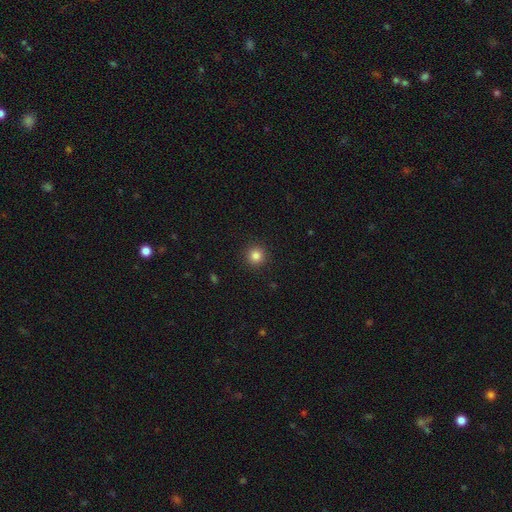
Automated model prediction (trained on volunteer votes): Smooth or featured?
  - smooth: 84% *
  - star or artifact: 12%
  - featured or disk: 4%
How rounded?
  - round: 95% *
  - in between: 4%
  - cigar-shaped: 1%
Merging?
  - none: 92% *
  - minor disturbance: 5%
  - major disturbance: 2%
  - merger: 1%